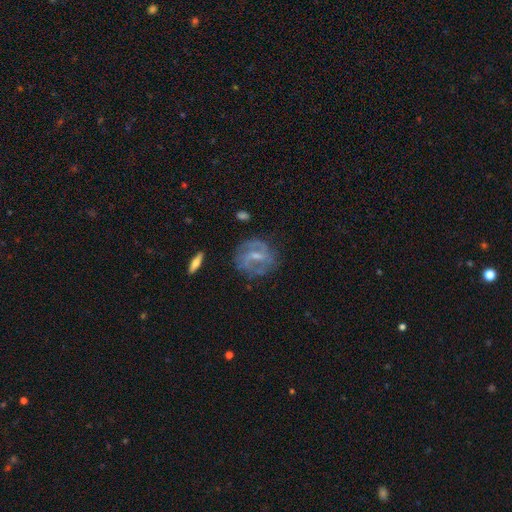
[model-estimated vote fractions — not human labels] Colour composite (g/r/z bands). It shows a featured or disk galaxy (75%) with a weak bar (53%), 2 (67%) medium (45%) spiral arms (83%) and a small central bulge (47%). Merging: none (69%).